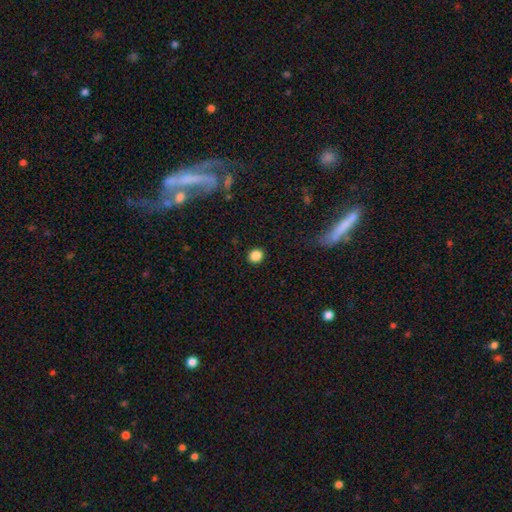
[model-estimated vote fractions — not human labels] smooth 86%, star or artifact 10%, featured or disk 3%. Down the decision tree: how rounded — round (76%); merging — none (91%).